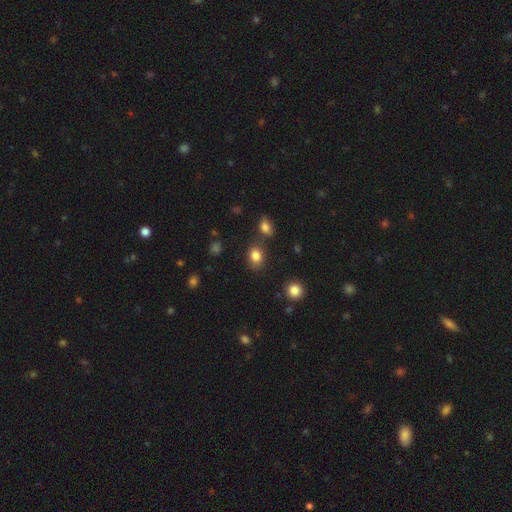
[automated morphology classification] Smooth or featured? smooth (83%)
How rounded? in between (62%)
Merging? none (76%)